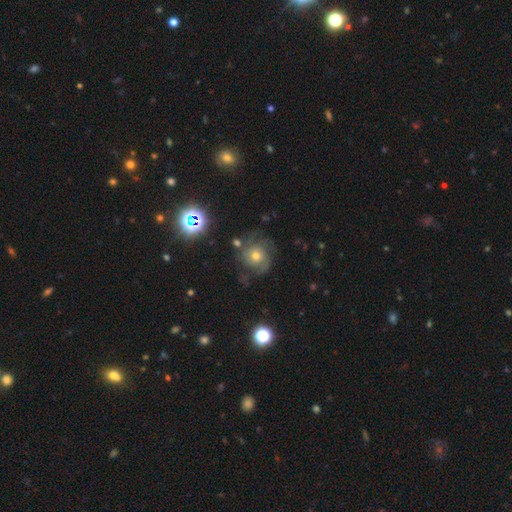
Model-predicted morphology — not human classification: Smooth or featured? Predicted: featured or disk (p=0.67). Edge-on disk? Predicted: no (p=0.97). Bar? Predicted: no (p=0.81). Spiral arms? Predicted: yes (p=0.92). Spiral winding? Predicted: tight (p=0.50). Spiral arm count? Predicted: can't tell (p=0.28). Bulge size? Predicted: moderate (p=0.64). Merging? Predicted: none (p=0.68).